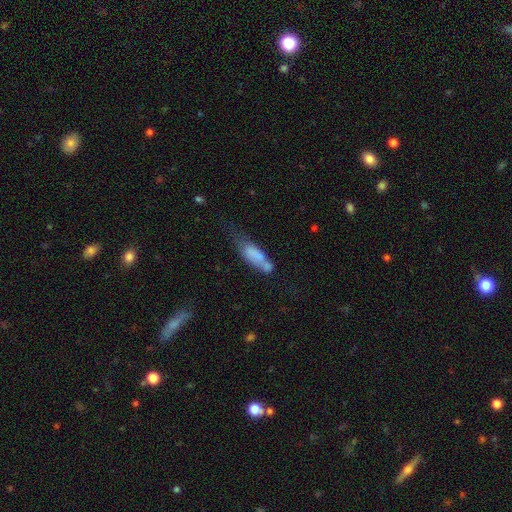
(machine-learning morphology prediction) smooth_or_featured: smooth (p=0.68) [alt: featured or disk p=0.23]
how_rounded: in between (p=0.57) [alt: cigar-shaped p=0.40]
merging: merger (p=0.31) [alt: none p=0.25]